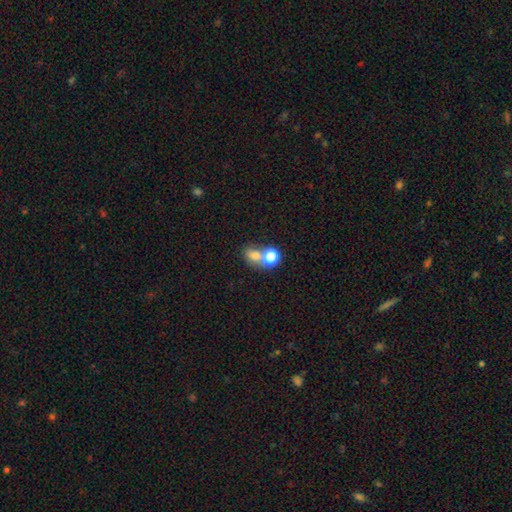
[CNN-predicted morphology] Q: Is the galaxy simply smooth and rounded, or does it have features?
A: smooth — 71%.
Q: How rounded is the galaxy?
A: round — 53%.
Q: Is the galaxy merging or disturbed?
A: merger — 51%.